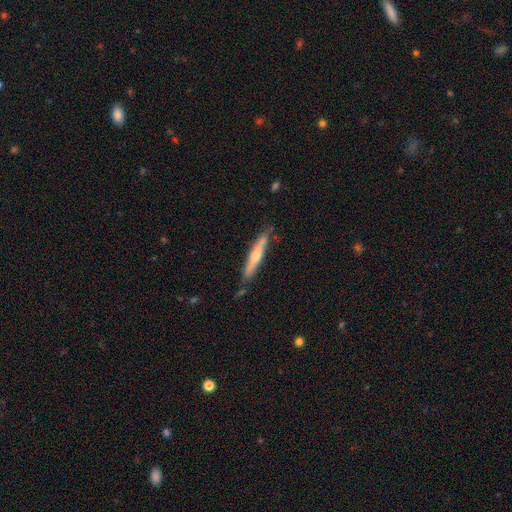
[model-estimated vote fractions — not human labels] Smooth or featured: featured or disk — 51% (smooth — 44%)
Edge-on disk: yes — 92% (no — 8%)
Merging: none — 77% (minor disturbance — 17%)